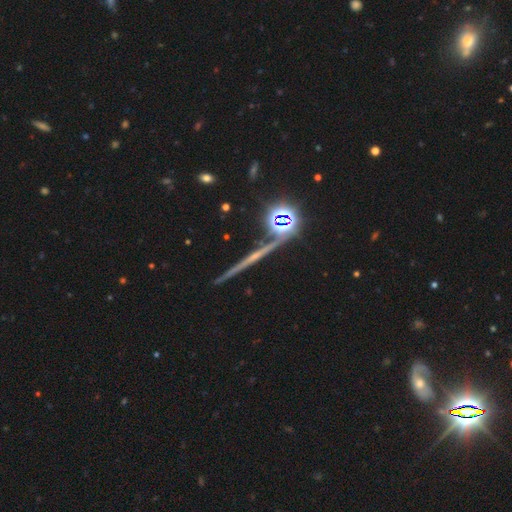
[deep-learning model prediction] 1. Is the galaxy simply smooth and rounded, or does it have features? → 59% featured or disk, 25% star or artifact, 15% smooth.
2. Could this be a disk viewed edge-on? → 96% yes, 4% no.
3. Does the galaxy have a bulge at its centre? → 55% none, 35% rounded, 10% boxy.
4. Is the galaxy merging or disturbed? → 86% none, 7% minor disturbance, 4% merger, 3% major disturbance.